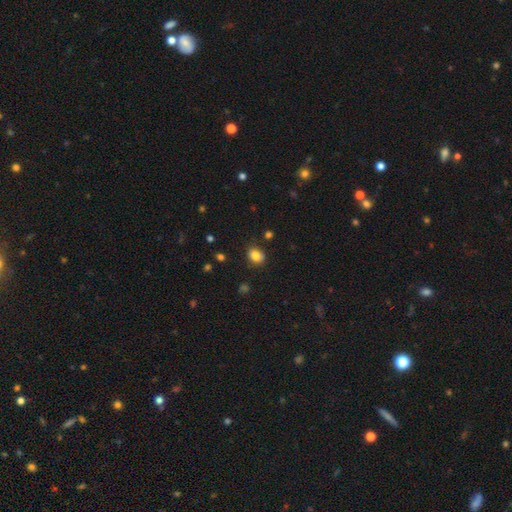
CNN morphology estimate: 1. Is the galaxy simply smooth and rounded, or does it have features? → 80% smooth, 11% star or artifact, 9% featured or disk.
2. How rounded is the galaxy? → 55% round, 44% in between, 1% cigar-shaped.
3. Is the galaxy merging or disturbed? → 81% none, 13% minor disturbance, 3% major disturbance, 2% merger.